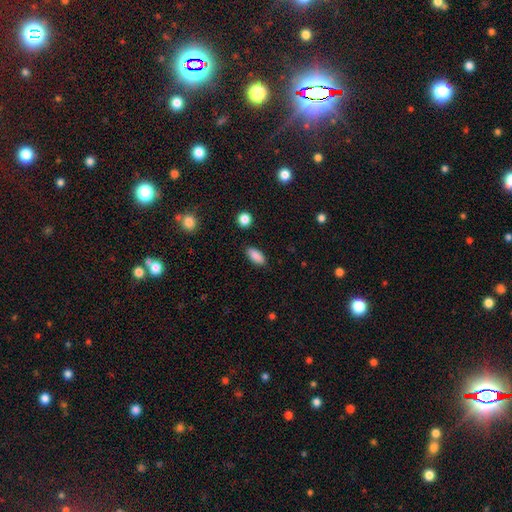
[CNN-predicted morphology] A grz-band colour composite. It shows a smooth galaxy with no disk features (88%) that is in between round and cigar-shaped (86%). Merging: none (87%).